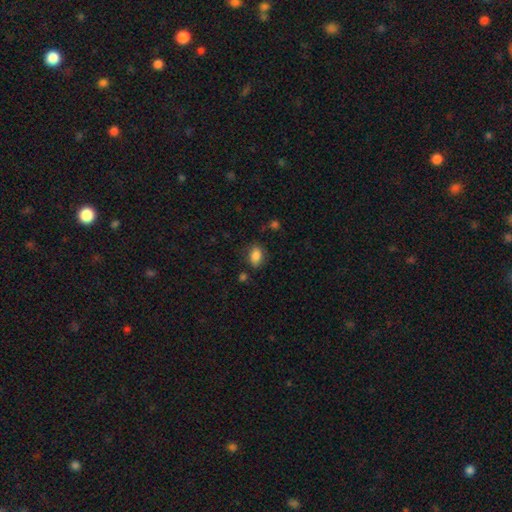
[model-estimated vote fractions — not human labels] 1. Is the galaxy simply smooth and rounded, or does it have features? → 86% smooth, 9% star or artifact, 5% featured or disk.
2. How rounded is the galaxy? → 83% in between, 15% round, 2% cigar-shaped.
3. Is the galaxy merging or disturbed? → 74% none, 17% minor disturbance, 5% major disturbance, 3% merger.